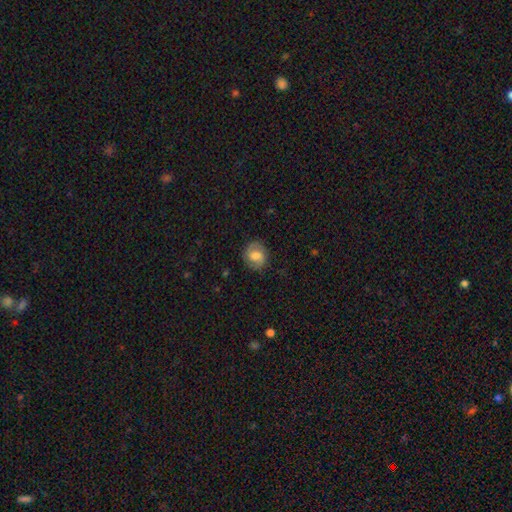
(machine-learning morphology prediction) Smooth or featured?
  - featured or disk: 46% *
  - smooth: 45%
  - star or artifact: 8%
Merging?
  - none: 81% *
  - minor disturbance: 13%
  - major disturbance: 5%
  - merger: 1%